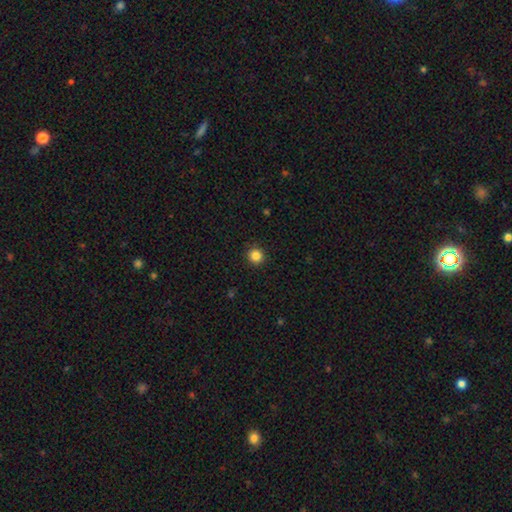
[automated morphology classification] smooth_or_featured: smooth (p=0.85) [alt: star or artifact p=0.11]
how_rounded: round (p=0.95) [alt: in between p=0.04]
merging: none (p=0.92) [alt: minor disturbance p=0.05]